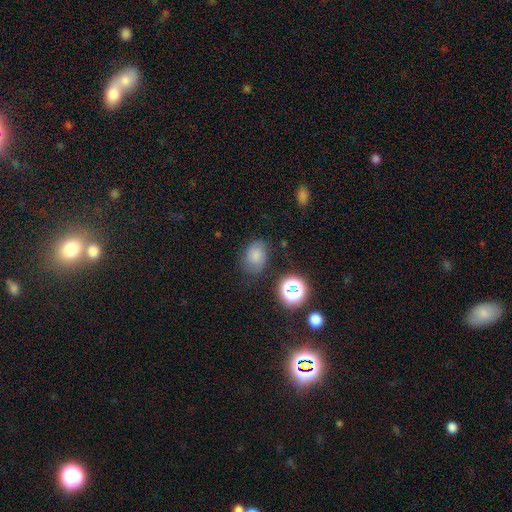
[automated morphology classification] The model was most divided on "how rounded": in between: 71%, round: 28%, cigar-shaped: 1%. More confident: smooth or featured — smooth (76%); merging — none (71%).